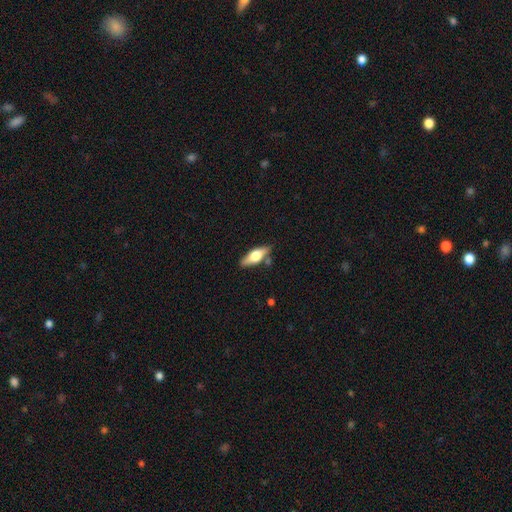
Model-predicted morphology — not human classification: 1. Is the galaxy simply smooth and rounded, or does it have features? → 47% featured or disk (tied), 47% smooth (tied), 6% star or artifact.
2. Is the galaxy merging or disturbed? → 80% none, 13% minor disturbance, 4% merger, 3% major disturbance.